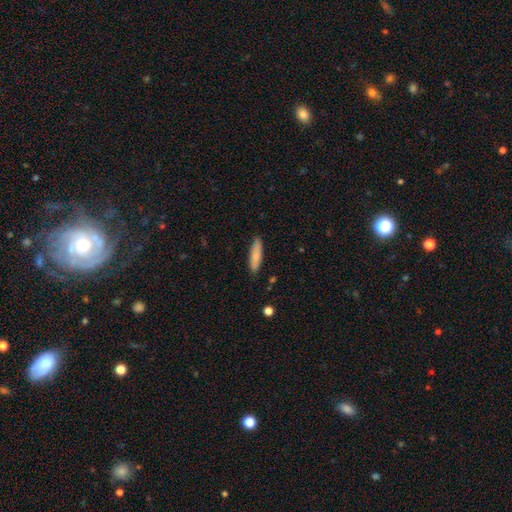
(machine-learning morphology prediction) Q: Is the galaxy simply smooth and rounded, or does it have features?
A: smooth — 82%.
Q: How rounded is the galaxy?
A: cigar-shaped — 71%.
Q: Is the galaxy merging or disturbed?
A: none — 87%.